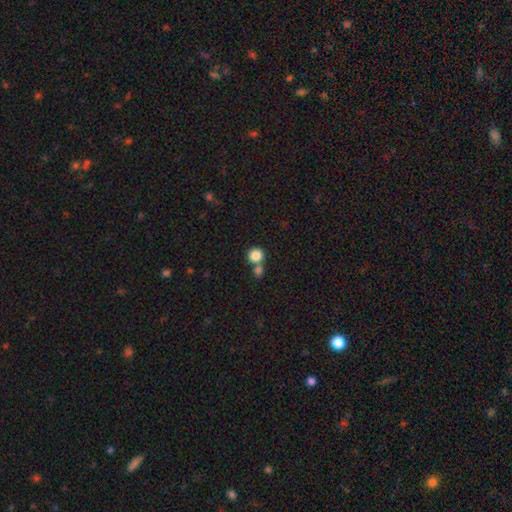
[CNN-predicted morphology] A smooth galaxy with no disk features (85%) that is round (91%).

Vote fractions:
- Smooth or featured? smooth: 85% / star or artifact: 10% / featured or disk: 5%
- How rounded? round: 91% / in between: 8% / cigar-shaped: 1%
- Merging? none: 55% / merger: 36% / minor disturbance: 7% / major disturbance: 3%